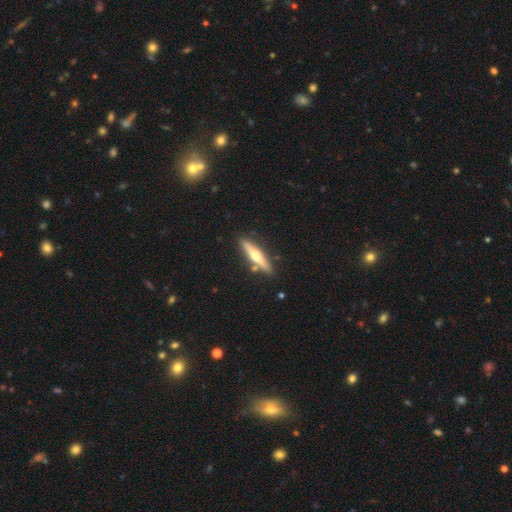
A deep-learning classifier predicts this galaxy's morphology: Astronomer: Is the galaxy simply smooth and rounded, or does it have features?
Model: featured or disk — 57% (runner-up: smooth, 38%).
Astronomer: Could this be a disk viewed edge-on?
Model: yes — 95%.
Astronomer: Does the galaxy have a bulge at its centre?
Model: rounded — 89%.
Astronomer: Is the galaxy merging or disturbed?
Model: none — 85%.